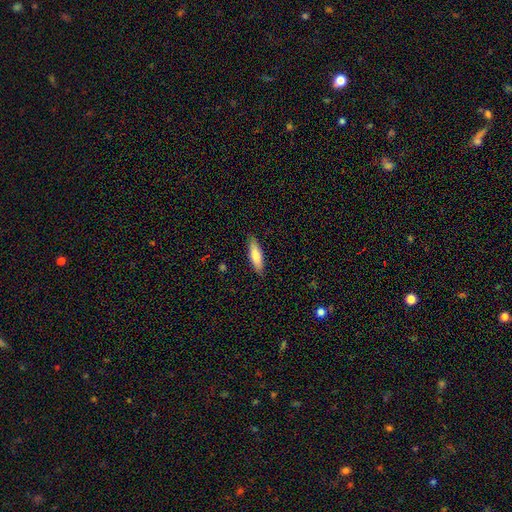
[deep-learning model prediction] A smooth galaxy with no disk features (77%) that is cigar-shaped (63%).

Vote fractions:
- Smooth or featured? smooth: 77% / featured or disk: 18% / star or artifact: 6%
- How rounded? cigar-shaped: 63% / in between: 36% / round: 2%
- Merging? none: 88% / minor disturbance: 9% / major disturbance: 2% / merger: 1%